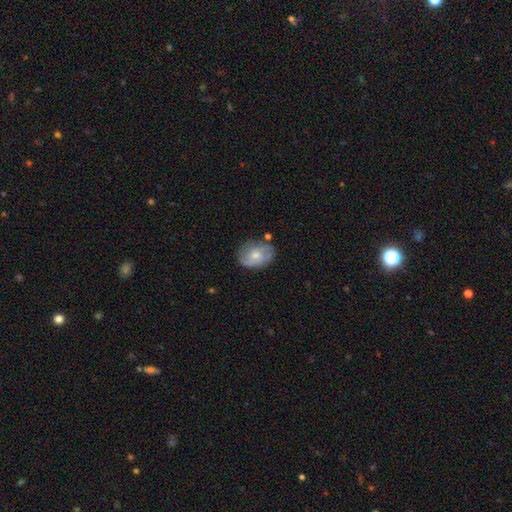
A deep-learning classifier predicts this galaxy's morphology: Smooth or featured: featured or disk — 48% (smooth — 45%)
Merging: none — 62% (minor disturbance — 26%)